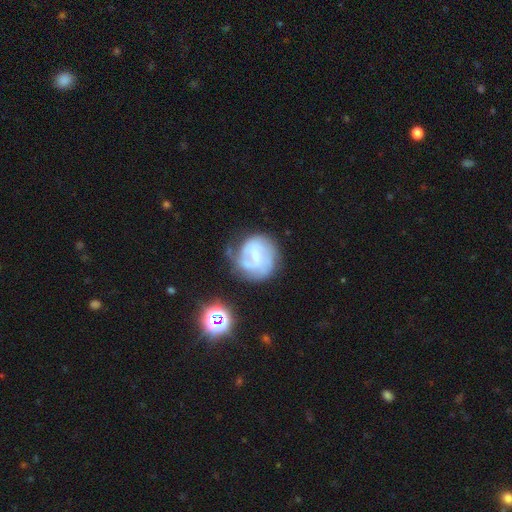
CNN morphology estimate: The model was most divided on "merging": none: 48%, minor disturbance: 27%, major disturbance: 20%, merger: 5%. More confident: edge-on disk — no (98%); spiral arms — yes (76%); smooth or featured — featured or disk (67%); bulge size — small (58%); bar — weak (55%).